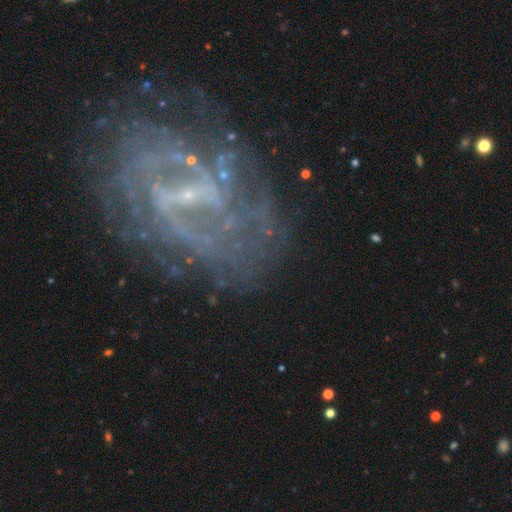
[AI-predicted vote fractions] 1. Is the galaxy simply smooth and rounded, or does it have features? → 82% featured or disk, 10% star or artifact, 8% smooth.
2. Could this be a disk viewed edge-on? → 97% no, 3% yes.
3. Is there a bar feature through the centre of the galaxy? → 48% weak, 29% strong, 23% no.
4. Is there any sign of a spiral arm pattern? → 77% yes, 23% no.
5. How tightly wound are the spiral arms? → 38% medium, 36% tight, 25% loose.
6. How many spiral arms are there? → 42% can't tell, 31% 2, 9% 3, 7% 4, 6% 1, 6% more than 4.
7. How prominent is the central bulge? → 70% small, 20% none, 8% moderate, 1% large, 1% dominant.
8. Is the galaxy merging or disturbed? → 65% none, 17% minor disturbance, 15% major disturbance, 3% merger.